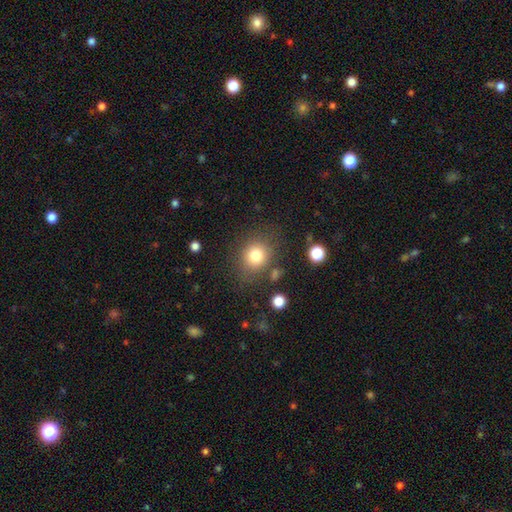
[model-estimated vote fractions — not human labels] Q: Smooth or featured?
A: smooth (79%); runner-up: star or artifact (12%)
Q: How rounded?
A: round (77%); runner-up: in between (22%)
Q: Merging?
A: none (77%); runner-up: minor disturbance (12%)